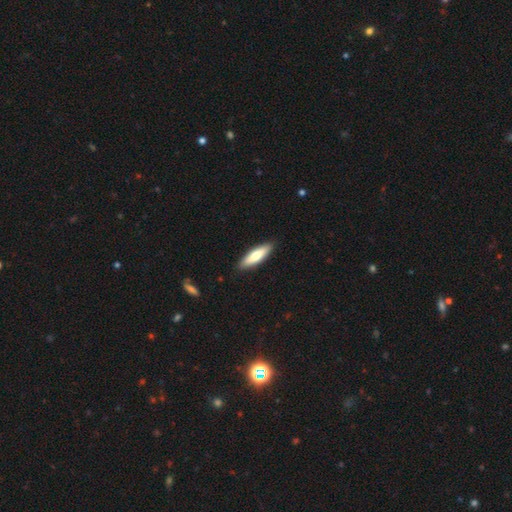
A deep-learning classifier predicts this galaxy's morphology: smooth-or-featured: smooth: 68% | featured or disk: 27% | star or artifact: 5%
  how-rounded: cigar-shaped: 61% | in between: 38% | round: 2%
  merging: none: 89% | minor disturbance: 8% | major disturbance: 2% | merger: 1%